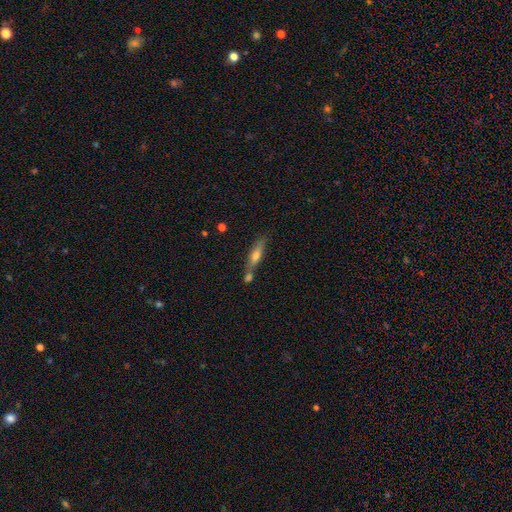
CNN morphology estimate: Smooth or featured? Predicted: smooth (p=0.49). Merging? Predicted: none (p=0.56).